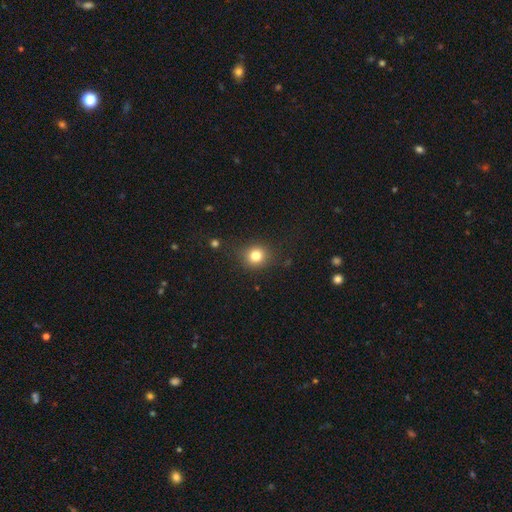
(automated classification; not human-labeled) A smooth galaxy with no disk features (81%) that is round (86%).

Vote fractions:
- Smooth or featured? smooth: 81% / star or artifact: 12% / featured or disk: 7%
- How rounded? round: 86% / in between: 14% / cigar-shaped: 1%
- Merging? none: 85% / minor disturbance: 10% / major disturbance: 3% / merger: 2%